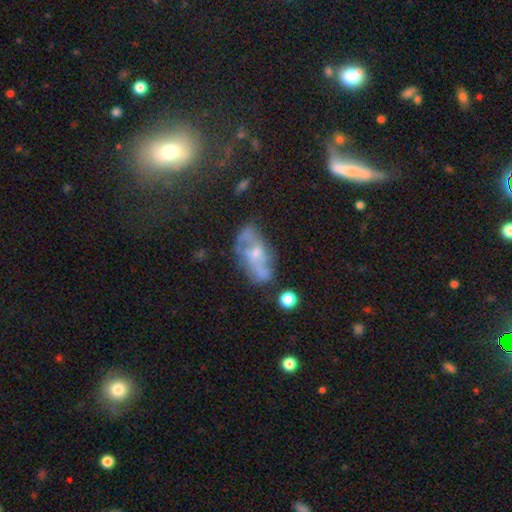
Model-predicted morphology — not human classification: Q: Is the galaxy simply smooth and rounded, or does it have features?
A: featured or disk — 66%.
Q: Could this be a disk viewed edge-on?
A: no — 90%.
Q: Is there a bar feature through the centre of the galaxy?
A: no — 67%.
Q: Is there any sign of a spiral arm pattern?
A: yes — 66%.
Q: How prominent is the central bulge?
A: small — 53%.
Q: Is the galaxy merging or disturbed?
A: none — 56%.